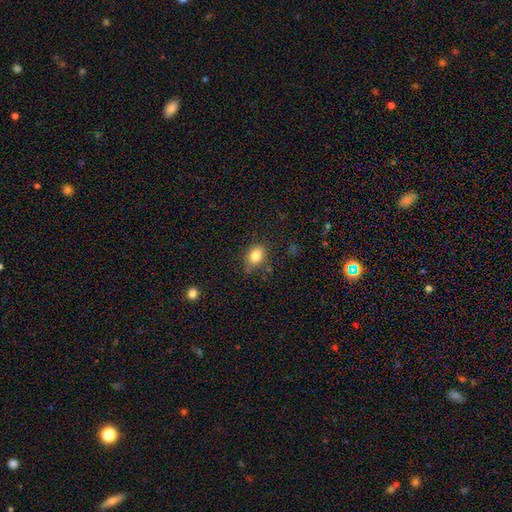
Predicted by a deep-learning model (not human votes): Smooth or featured?
  - smooth: 83% *
  - star or artifact: 10%
  - featured or disk: 7%
How rounded?
  - in between: 62% *
  - round: 37%
  - cigar-shaped: 1%
Merging?
  - none: 75% *
  - minor disturbance: 18%
  - major disturbance: 4%
  - merger: 2%